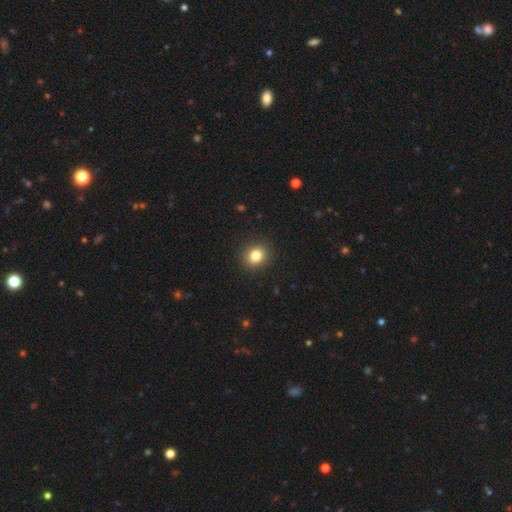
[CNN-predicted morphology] type=smooth (83%); roundness=round (72%); merging=none (91%).